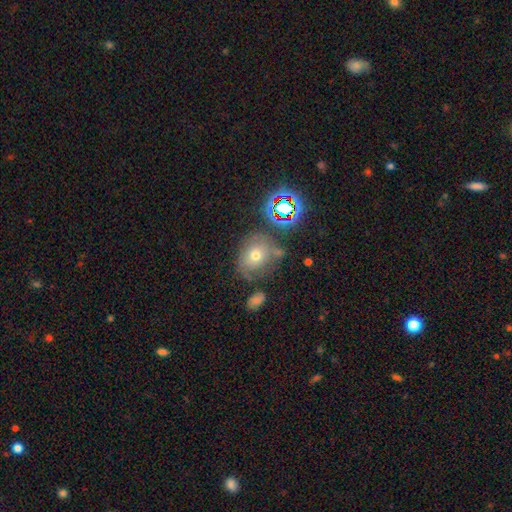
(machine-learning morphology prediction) type=smooth (54%); roundness=round (58%); merging=none (53%).